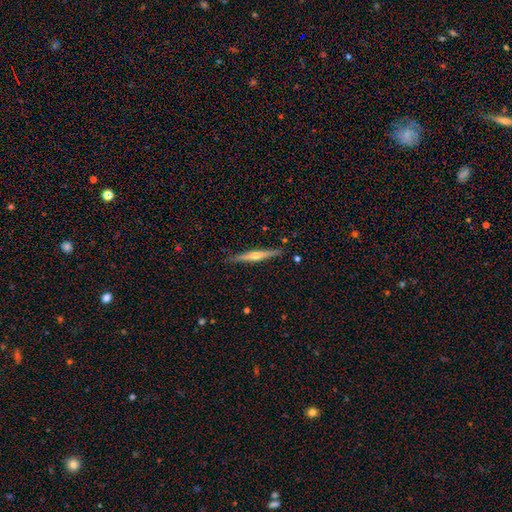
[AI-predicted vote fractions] Overall: featured or disk (74%). Edge-on disk: yes (98%). Edge-on bulge: rounded (89%). Merging: none (90%).